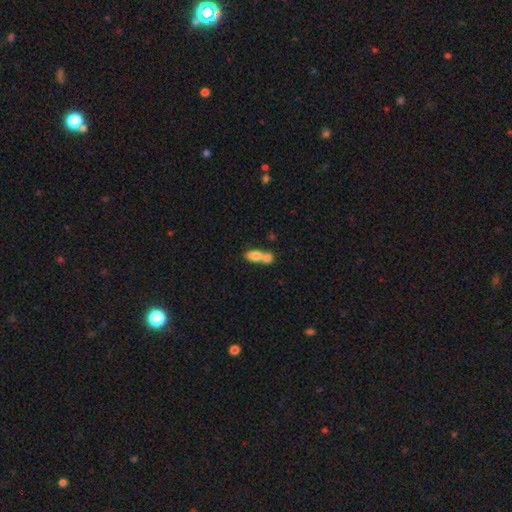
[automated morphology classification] A smooth galaxy with no disk features (76%) that is in between round and cigar-shaped (79%).

Vote fractions:
- Smooth or featured? smooth: 76% / featured or disk: 15% / star or artifact: 8%
- How rounded? in between: 79% / round: 11% / cigar-shaped: 11%
- Merging? merger: 67% / none: 22% / minor disturbance: 7% / major disturbance: 4%